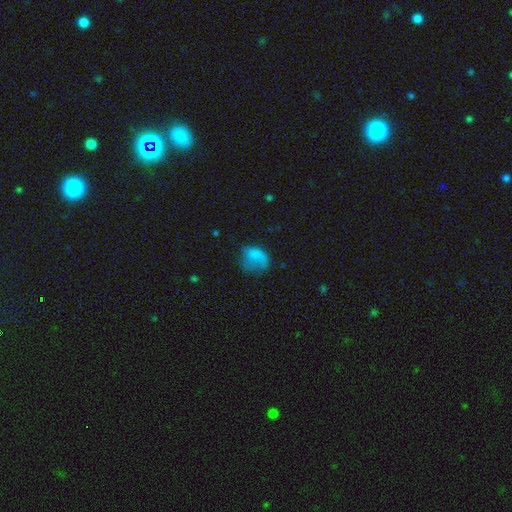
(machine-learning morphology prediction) type=smooth (72%); roundness=in between (59%); merging=major disturbance (35%).